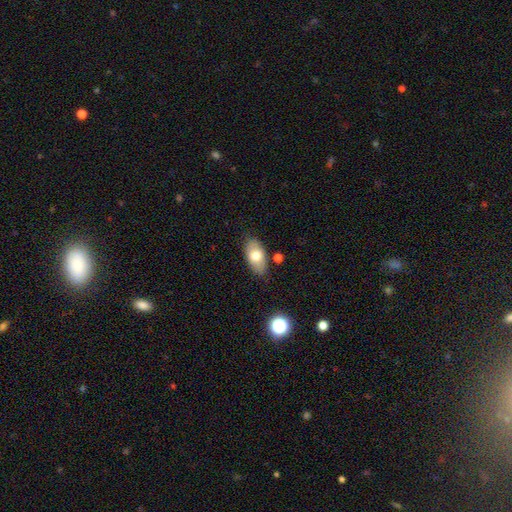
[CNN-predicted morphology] Q: Smooth or featured?
A: smooth (74%); runner-up: featured or disk (18%)
Q: How rounded?
A: in between (92%); runner-up: round (5%)
Q: Merging?
A: none (80%); runner-up: minor disturbance (14%)